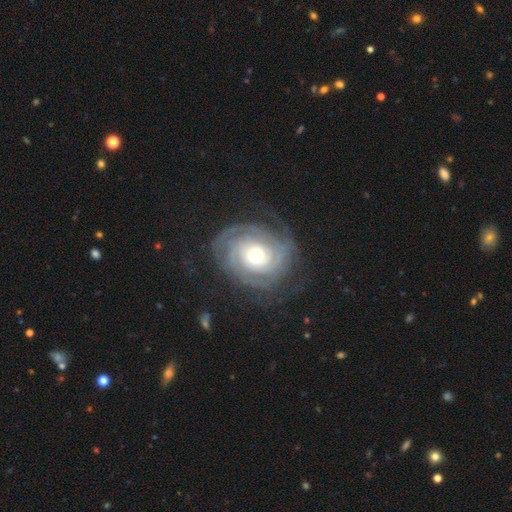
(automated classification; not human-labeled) This appears to be a featured or disk galaxy (87%) with no bar (75%), tight (78%) spiral arms (96%) and a moderate central bulge (53%). Merging: none (72%).